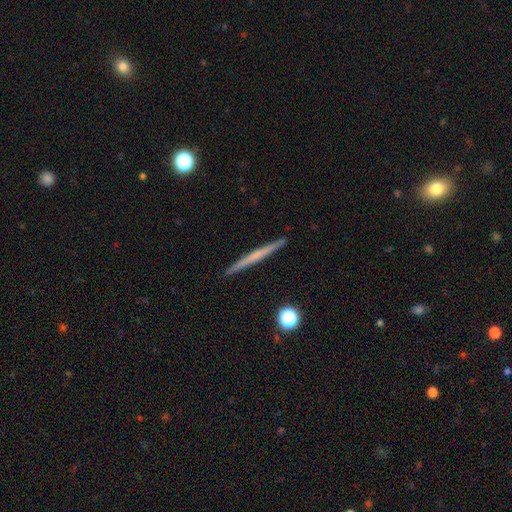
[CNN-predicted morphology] featured or disk 54%, smooth 40%, star or artifact 6%. Down the decision tree: edge-on disk — yes (98%); edge-on bulge — none (81%); merging — none (93%).